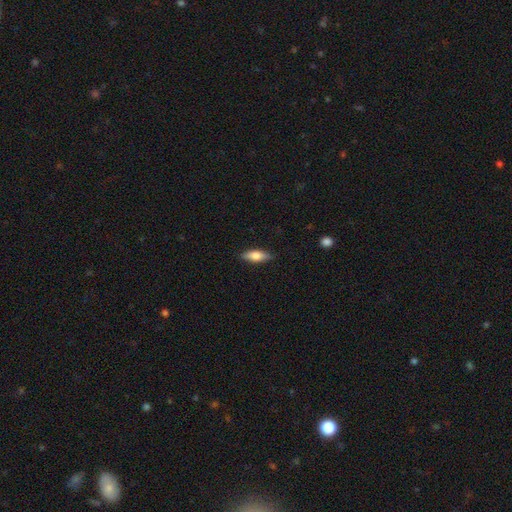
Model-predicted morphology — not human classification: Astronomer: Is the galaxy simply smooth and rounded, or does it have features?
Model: smooth — 72%.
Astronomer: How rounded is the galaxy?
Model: in between — 64%.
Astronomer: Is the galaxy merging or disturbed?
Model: none — 85%.